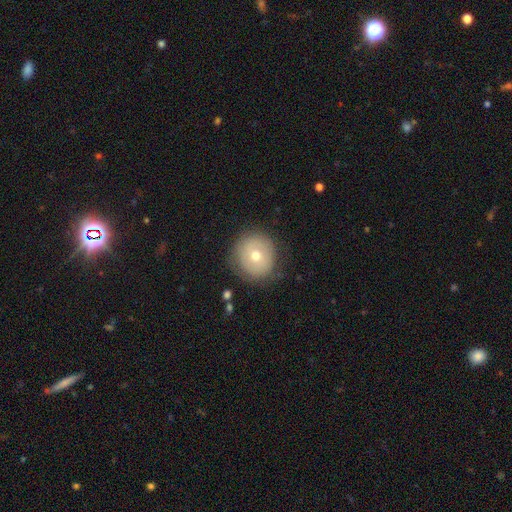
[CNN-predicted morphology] Overall: smooth (60%; featured or disk 31%). How rounded: round (90%). Merging: none (79%).